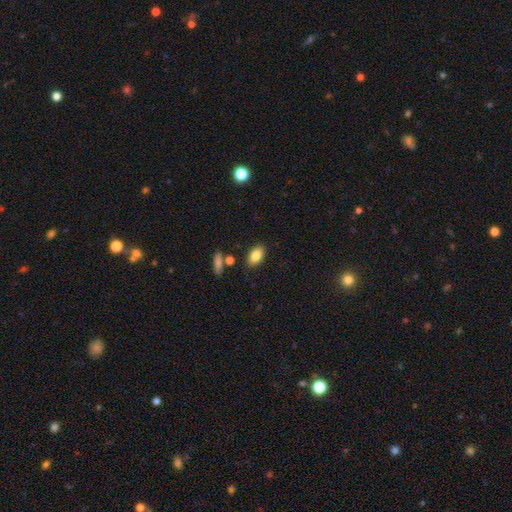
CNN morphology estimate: A smooth galaxy with no disk features (84%) that is in between round and cigar-shaped (90%).

Vote fractions:
- Smooth or featured? smooth: 84% / featured or disk: 9% / star or artifact: 8%
- How rounded? in between: 90% / round: 7% / cigar-shaped: 3%
- Merging? none: 83% / minor disturbance: 10% / merger: 4% / major disturbance: 3%